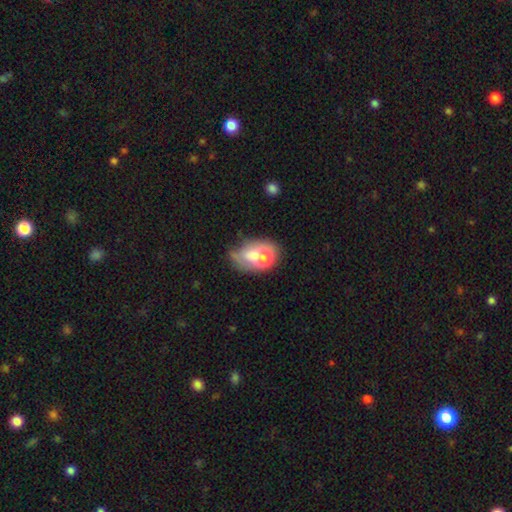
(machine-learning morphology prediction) Smooth or featured?
  - smooth: 57% *
  - featured or disk: 34%
  - star or artifact: 9%
How rounded?
  - in between: 82% *
  - round: 15%
  - cigar-shaped: 3%
Merging?
  - merger: 31% *
  - none: 25%
  - minor disturbance: 24%
  - major disturbance: 20%